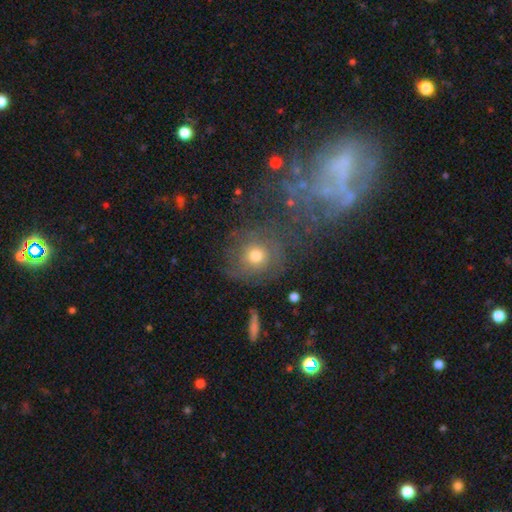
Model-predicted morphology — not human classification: smooth-or-featured: smooth: 52% | featured or disk: 32% | star or artifact: 16%
  how-rounded: round: 84% | in between: 14% | cigar-shaped: 1%
  merging: none: 69% | minor disturbance: 14% | major disturbance: 10% | merger: 6%